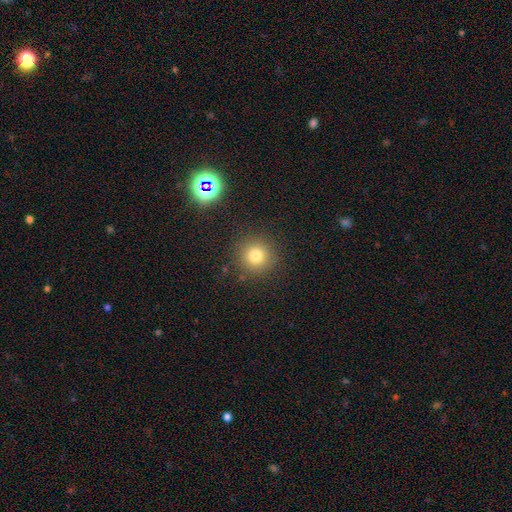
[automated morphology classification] This is likely a smooth galaxy (78%). How rounded: clearly round (94%). Merging: clearly none (88%).